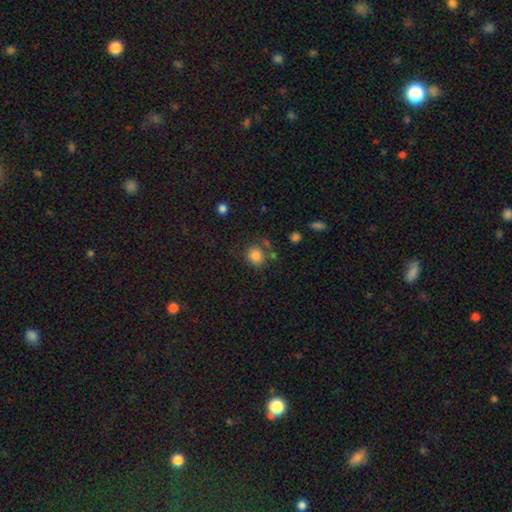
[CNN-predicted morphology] smooth_or_featured: smooth (p=0.83) [alt: star or artifact p=0.11]
how_rounded: round (p=0.80) [alt: in between p=0.19]
merging: none (p=0.69) [alt: minor disturbance p=0.15]